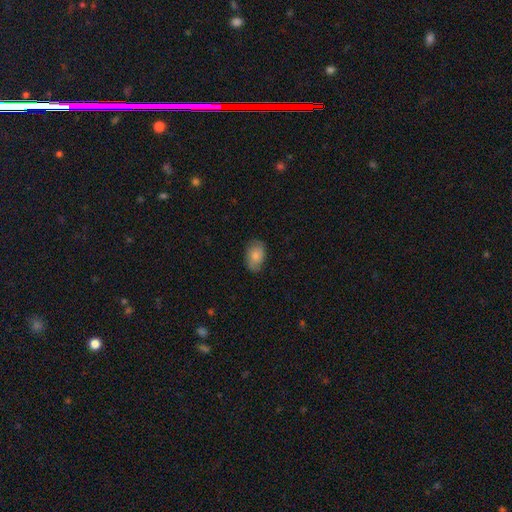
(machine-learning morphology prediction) The model was most divided on "merging": none: 76%, minor disturbance: 19%, major disturbance: 4%, merger: 1%. More confident: how rounded — in between (85%); smooth or featured — smooth (75%).